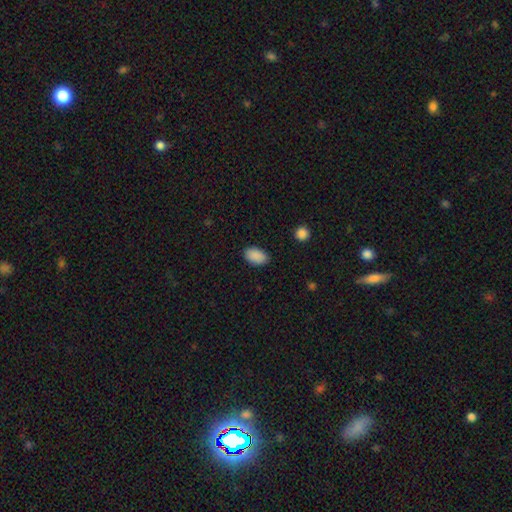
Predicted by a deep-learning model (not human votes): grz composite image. It shows a smooth galaxy with no disk features (90%) that is in between round and cigar-shaped (93%). Merging: none (87%).